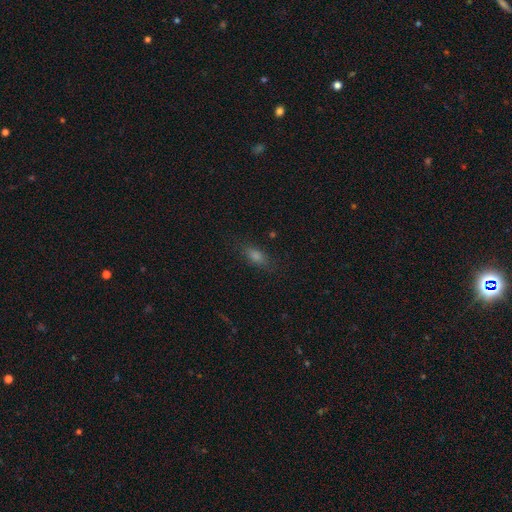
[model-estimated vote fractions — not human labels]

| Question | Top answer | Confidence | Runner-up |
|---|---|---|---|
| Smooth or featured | smooth | 64% | star or artifact (21%) |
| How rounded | in between | 65% | cigar-shaped (27%) |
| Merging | none | 81% | minor disturbance (13%) |